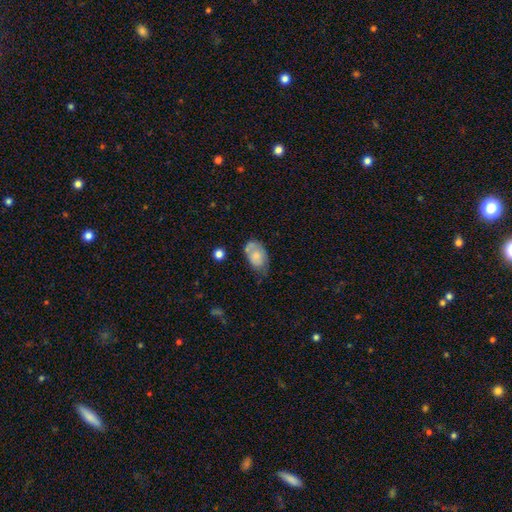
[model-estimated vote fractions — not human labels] smooth-or-featured: smooth: 68% | featured or disk: 25% | star or artifact: 7%
  how-rounded: in between: 90% | round: 8% | cigar-shaped: 2%
  merging: none: 42% | minor disturbance: 36% | major disturbance: 15% | merger: 8%